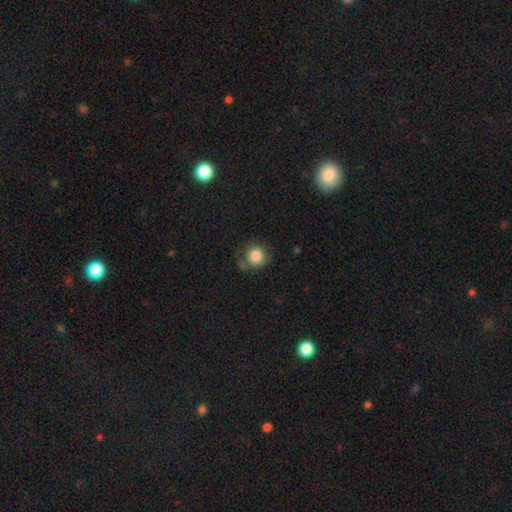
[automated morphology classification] Smooth or featured? smooth (83%)
How rounded? round (89%)
Merging? none (64%)